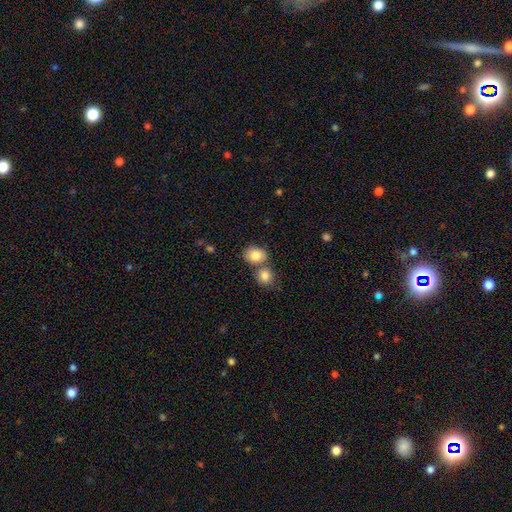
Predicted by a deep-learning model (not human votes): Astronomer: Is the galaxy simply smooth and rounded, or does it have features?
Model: smooth — 83%.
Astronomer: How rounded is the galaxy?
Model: in between — 50% (runner-up: round, 49%).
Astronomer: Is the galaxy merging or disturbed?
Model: none — 49% (runner-up: merger, 38%).